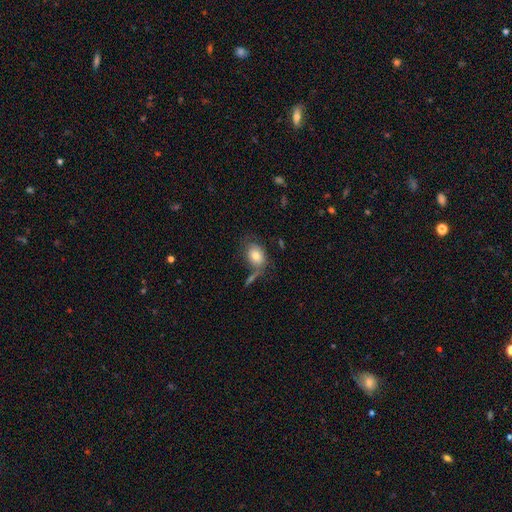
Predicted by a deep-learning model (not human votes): smooth-or-featured: smooth: 75% | featured or disk: 17% | star or artifact: 8%
  how-rounded: in between: 74% | round: 24% | cigar-shaped: 1%
  merging: none: 51% | minor disturbance: 21% | merger: 16% | major disturbance: 13%